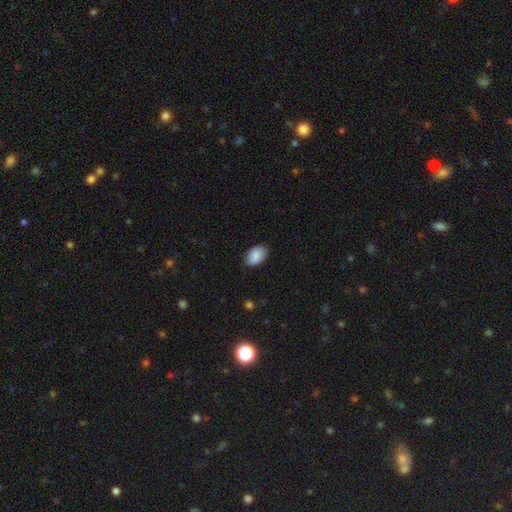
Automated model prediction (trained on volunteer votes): Smooth or featured? smooth (89%)
How rounded? in between (93%)
Merging? none (86%)